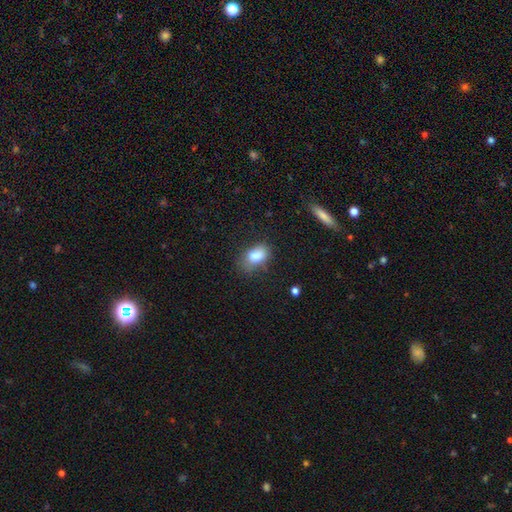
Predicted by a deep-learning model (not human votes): Smooth or featured: smooth — 81% (featured or disk — 10%)
How rounded: in between — 84% (round — 14%)
Merging: none — 51% (minor disturbance — 30%)